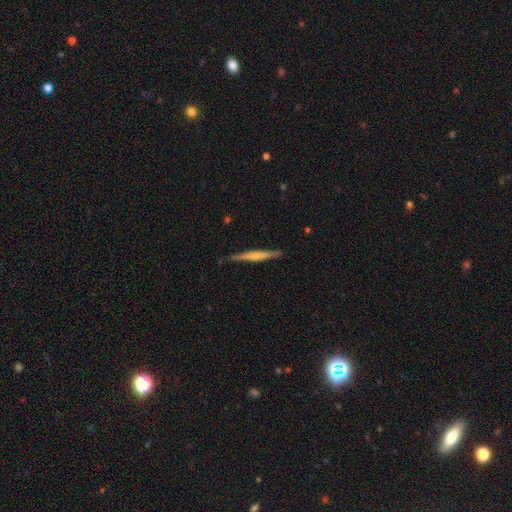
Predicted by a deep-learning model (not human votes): A featured or disk galaxy (60%) viewed edge-on (97%) with a rounded central bulge (65%). Merging: none (89%).